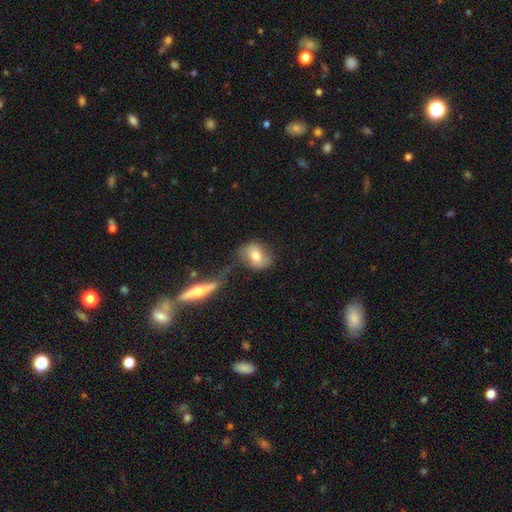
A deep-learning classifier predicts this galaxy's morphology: This is likely a smooth galaxy (66%). How rounded: likely in between (61%). Merging: possibly none (51%).